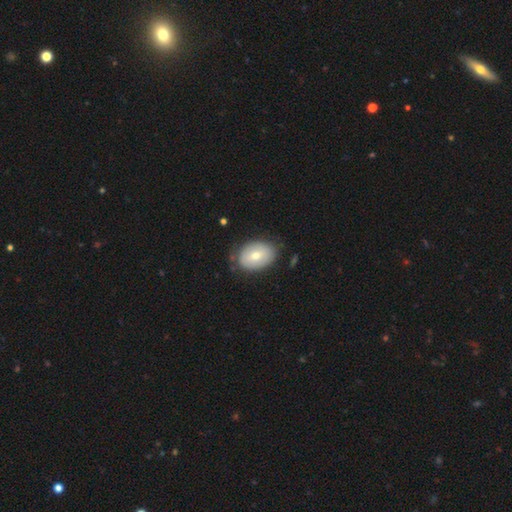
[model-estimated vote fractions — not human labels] This is likely a smooth galaxy (67%). How rounded: likely in between (79%). Merging: likely none (76%).